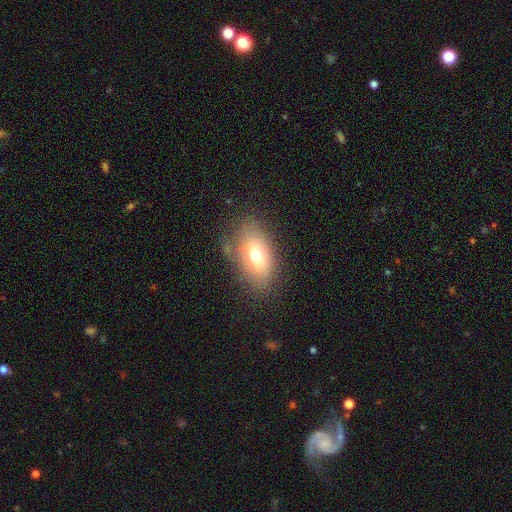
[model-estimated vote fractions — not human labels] This appears to be a smooth galaxy with no disk features (69%) that is in between round and cigar-shaped (87%). Merging: none (73%).